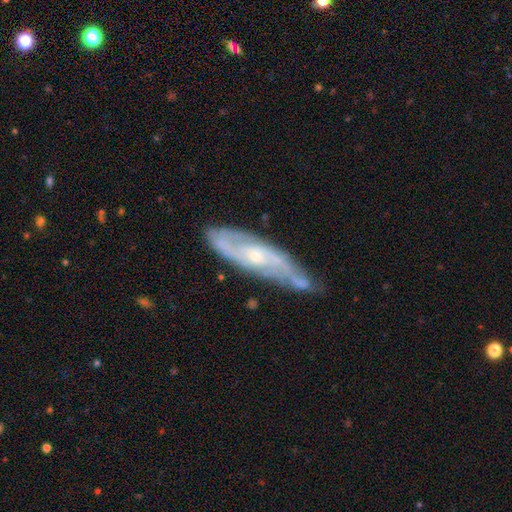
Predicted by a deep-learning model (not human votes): A featured or disk galaxy (81%) with no bar (59%), 2 (53%) tight (43%) spiral arms (91%) and a small central bulge (68%).

Vote fractions:
- Smooth or featured? featured or disk: 81% / smooth: 14% / star or artifact: 6%
- Edge-on disk? no: 78% / yes: 22%
- Bar? no: 59% / weak: 33% / strong: 8%
- Spiral arms? yes: 91% / no: 9%
- Spiral winding? tight: 43% / medium: 42% / loose: 15%
- Spiral arm count? 2: 53% / can't tell: 29% / 3: 9% / 4: 3% / 1: 3% / more than 4: 2%
- Bulge size? small: 68% / moderate: 28% / none: 2% / large: 1% / dominant: 1%
- Merging? none: 64% / minor disturbance: 25% / major disturbance: 6% / merger: 5%